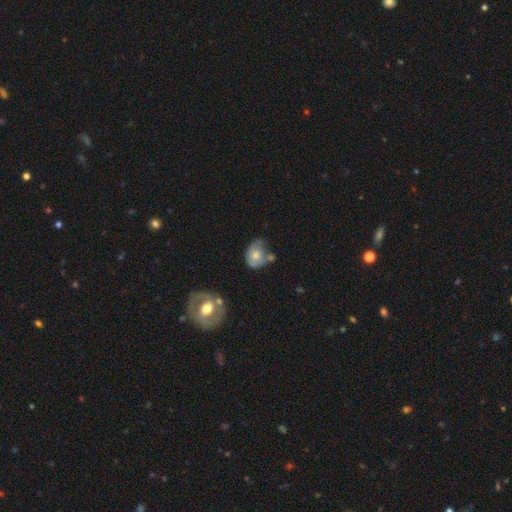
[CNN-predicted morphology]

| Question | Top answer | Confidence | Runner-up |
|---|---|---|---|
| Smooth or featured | smooth | 57% | featured or disk (35%) |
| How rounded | in between | 52% | round (47%) |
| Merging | none | 32% | minor disturbance (30%) |